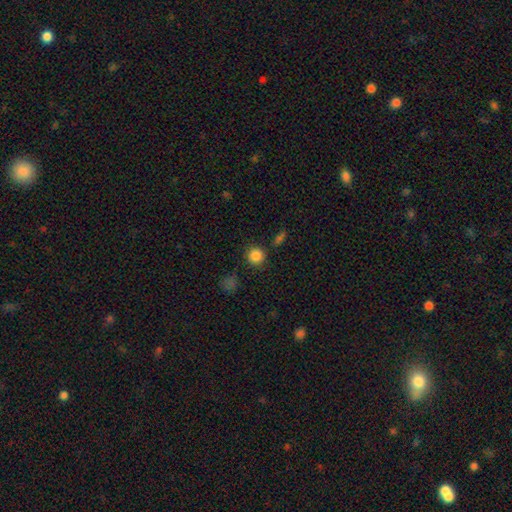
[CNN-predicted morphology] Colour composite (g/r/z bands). It shows a smooth galaxy with no disk features (84%) that is round (93%). Merging: none (85%).